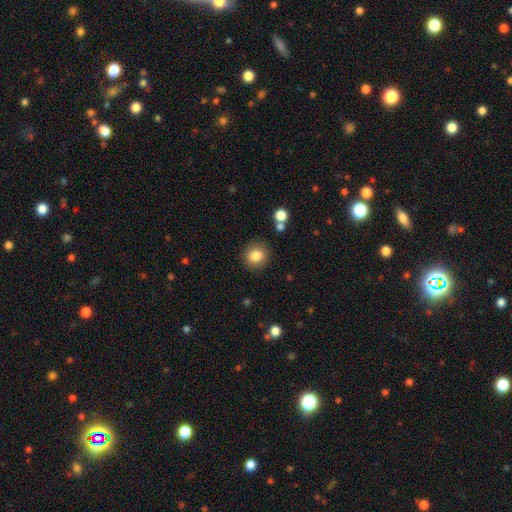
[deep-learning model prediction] smooth-or-featured: smooth: 83% | star or artifact: 10% | featured or disk: 7%
  how-rounded: round: 88% | in between: 11% | cigar-shaped: 1%
  merging: none: 87% | minor disturbance: 8% | major disturbance: 3% | merger: 3%